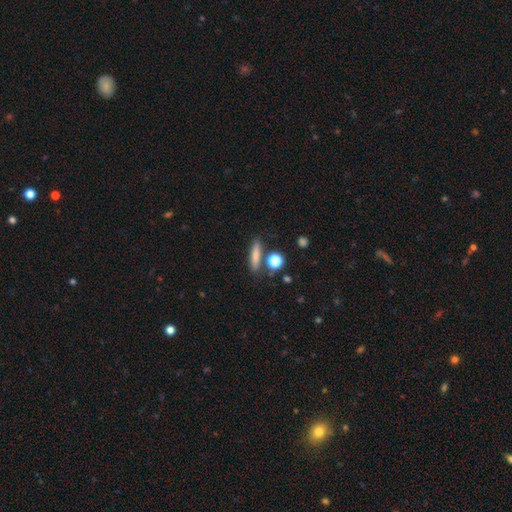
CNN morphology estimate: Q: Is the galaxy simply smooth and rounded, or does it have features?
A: smooth — 75%.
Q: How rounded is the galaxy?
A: cigar-shaped — 73%.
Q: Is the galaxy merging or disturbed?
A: none — 77%.